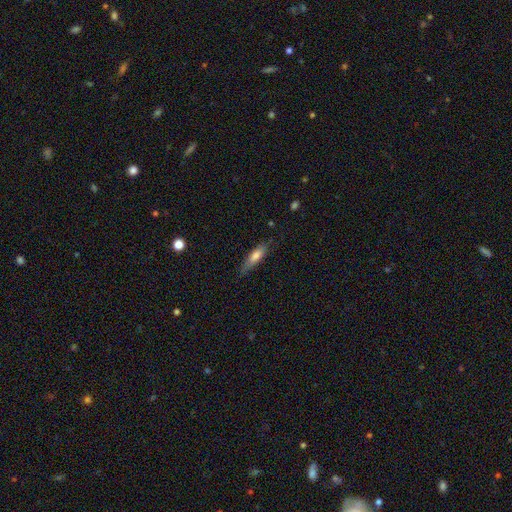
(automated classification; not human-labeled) This appears to be a smooth galaxy with no disk features (68%) that is cigar-shaped (69%). Merging: none (69%).